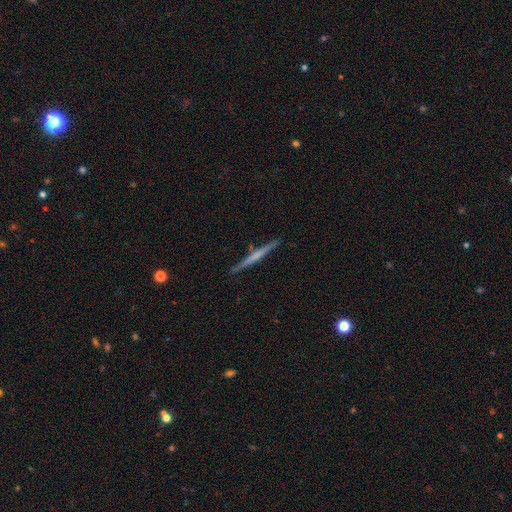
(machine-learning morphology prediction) This is possibly a featured or disk galaxy (60%). It is clearly viewed edge-on (98%). Edge-on bulge: likely none (63%). Merging: clearly none (89%).